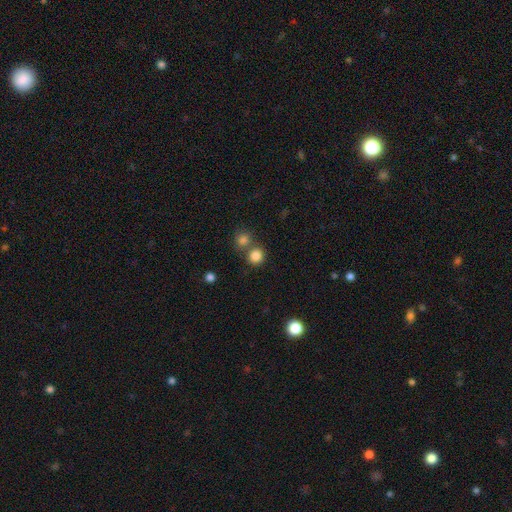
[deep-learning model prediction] This is clearly a smooth galaxy (83%). How rounded: clearly round (90%). Merging: likely none (64%).